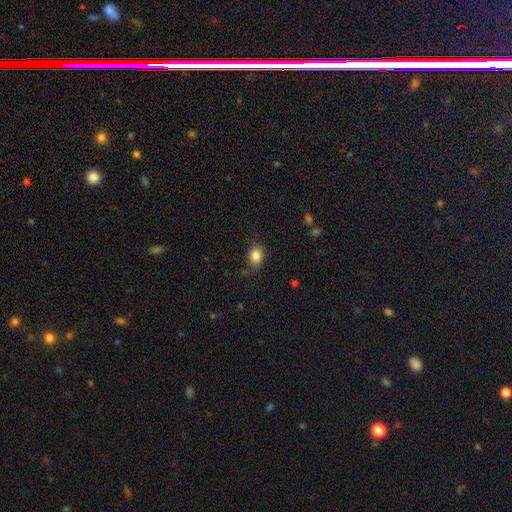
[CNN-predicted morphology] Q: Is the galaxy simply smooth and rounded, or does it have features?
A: smooth — 85%.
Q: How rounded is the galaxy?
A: in between — 61%.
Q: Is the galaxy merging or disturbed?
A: none — 82%.